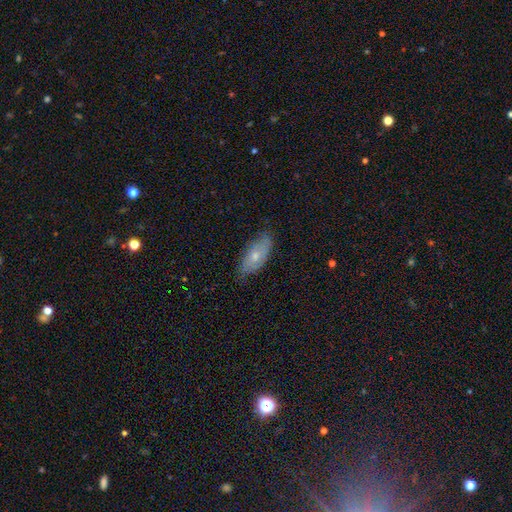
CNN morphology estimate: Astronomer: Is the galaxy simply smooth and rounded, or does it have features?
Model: smooth — 50% (runner-up: featured or disk, 42%).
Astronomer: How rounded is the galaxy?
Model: in between — 84%.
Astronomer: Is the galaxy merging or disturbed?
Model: none — 71%.